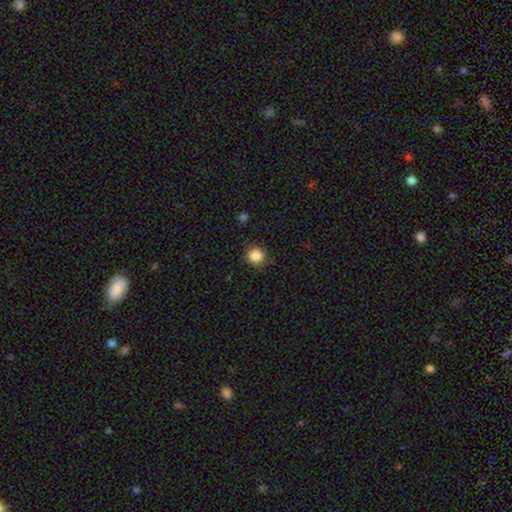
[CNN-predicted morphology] Smooth or featured? smooth (86%)
How rounded? round (92%)
Merging? none (89%)